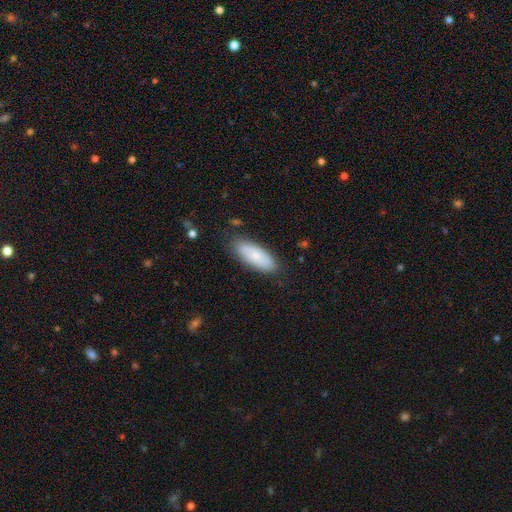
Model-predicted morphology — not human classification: Smooth or featured? Predicted: smooth (p=0.79). How rounded? Predicted: in between (p=0.72). Merging? Predicted: none (p=0.82).